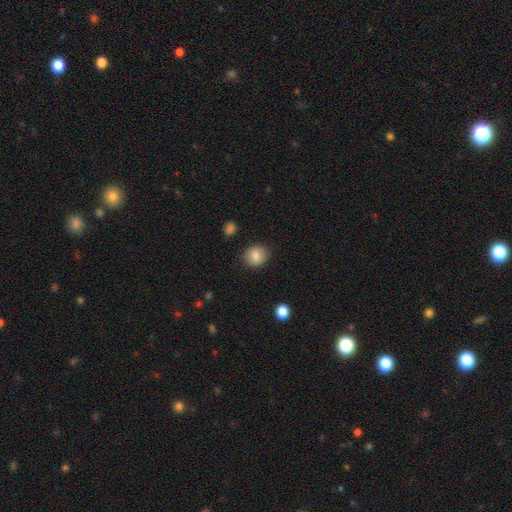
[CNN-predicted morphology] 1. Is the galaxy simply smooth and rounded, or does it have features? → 84% smooth, 8% star or artifact, 8% featured or disk.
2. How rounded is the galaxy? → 76% round, 23% in between, 1% cigar-shaped.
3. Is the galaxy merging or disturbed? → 87% none, 9% minor disturbance, 3% major disturbance, 1% merger.